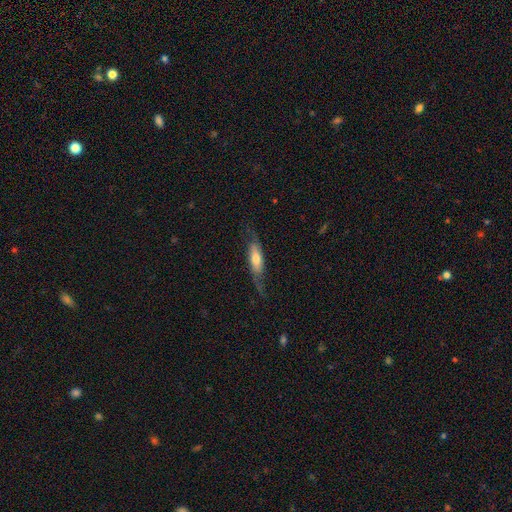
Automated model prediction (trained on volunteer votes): Overall: featured or disk (59%; smooth 34%). Edge-on disk: no (53%; yes 47%). Merging: none (64%).